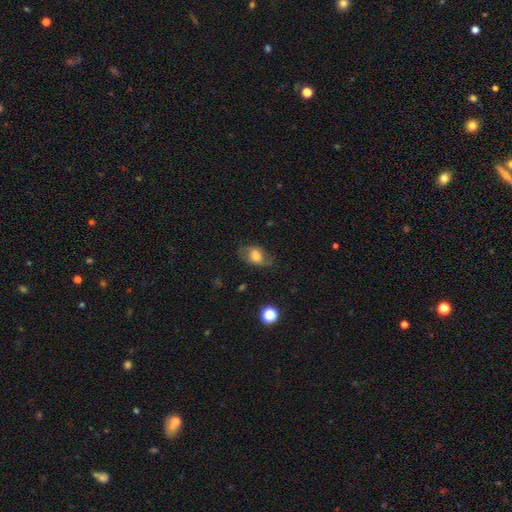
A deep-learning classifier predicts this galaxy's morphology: This appears to be a smooth galaxy with no disk features (64%) that is in between round and cigar-shaped (83%). Merging: none (64%).